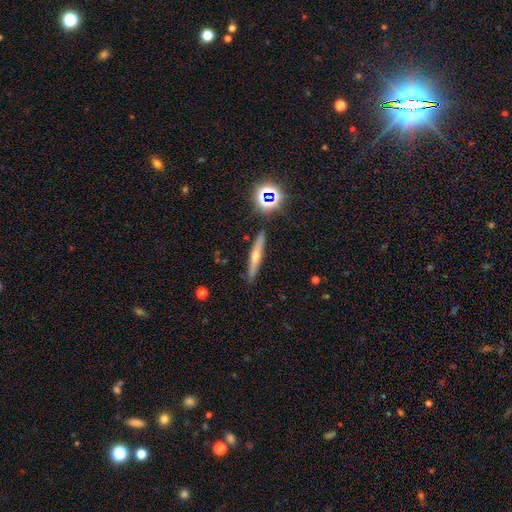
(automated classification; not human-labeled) Overall: featured or disk (53%; smooth 35%). Edge-on disk: yes (94%). Edge-on bulge: rounded (84%). Merging: none (88%).